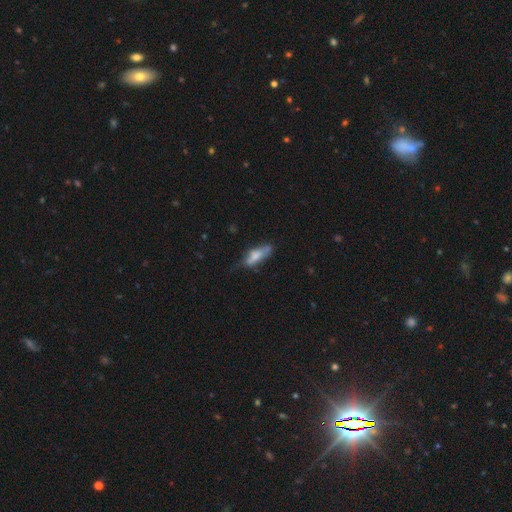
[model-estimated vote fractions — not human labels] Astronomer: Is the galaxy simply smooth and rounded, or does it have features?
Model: smooth — 60%.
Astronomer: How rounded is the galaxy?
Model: in between — 55% (runner-up: cigar-shaped, 43%).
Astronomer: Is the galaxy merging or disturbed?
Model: none — 43% (runner-up: minor disturbance, 32%).